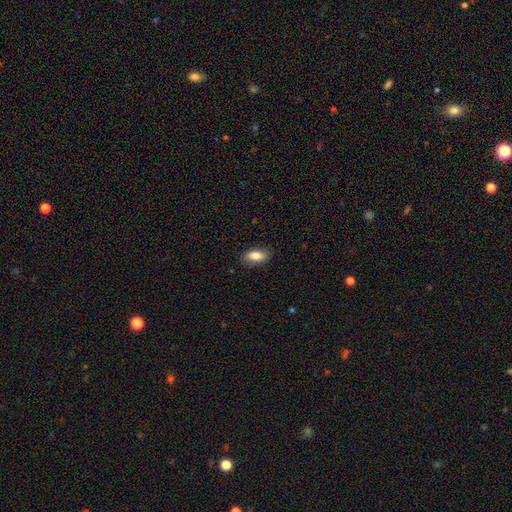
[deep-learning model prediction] Smooth or featured: smooth — 81% (featured or disk — 12%)
How rounded: in between — 89% (cigar-shaped — 6%)
Merging: none — 84% (minor disturbance — 12%)